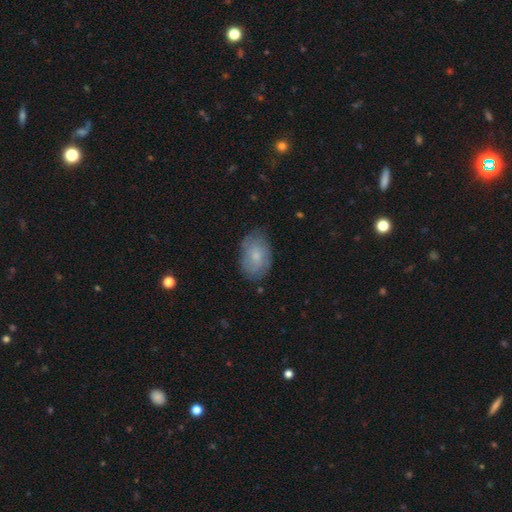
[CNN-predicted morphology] Smooth or featured? smooth (59%)
How rounded? in between (86%)
Merging? none (73%)